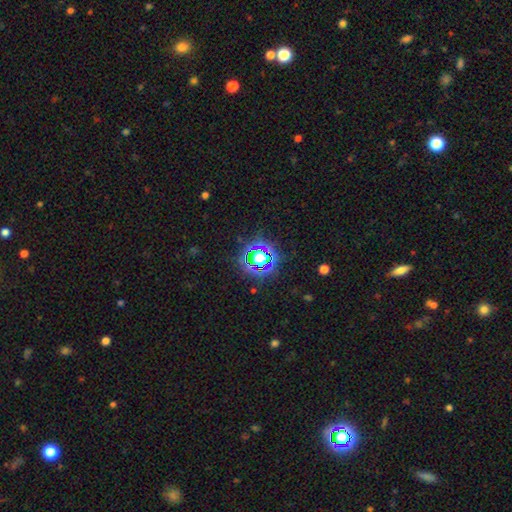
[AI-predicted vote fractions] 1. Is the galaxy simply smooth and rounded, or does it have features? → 73% star or artifact, 18% smooth, 10% featured or disk.